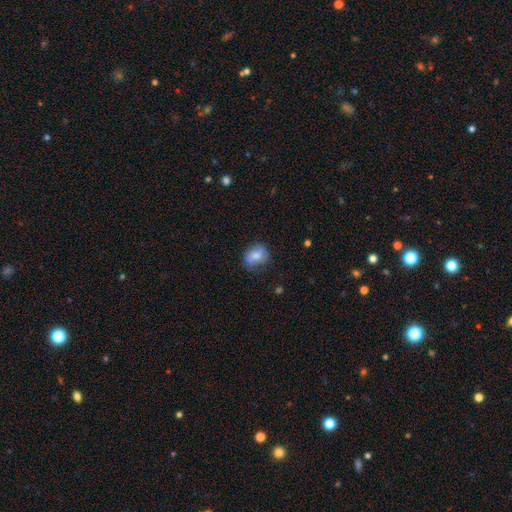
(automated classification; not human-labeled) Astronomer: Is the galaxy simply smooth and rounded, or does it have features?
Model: smooth — 70%.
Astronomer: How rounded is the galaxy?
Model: in between — 54% (runner-up: round, 44%).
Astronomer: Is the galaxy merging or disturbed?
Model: none — 68%.